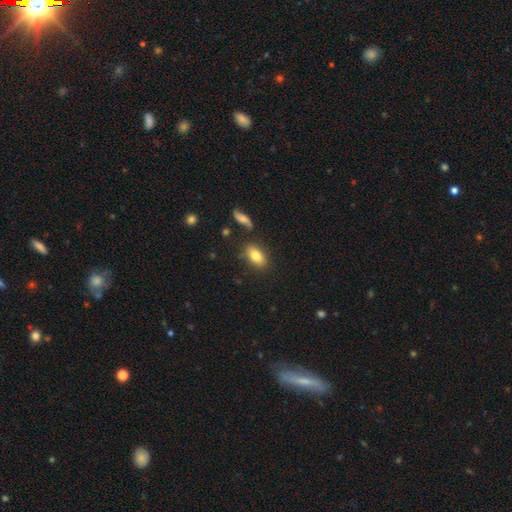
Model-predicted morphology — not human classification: A smooth galaxy with no disk features (81%) that is in between round and cigar-shaped (87%). Merging: none (77%).